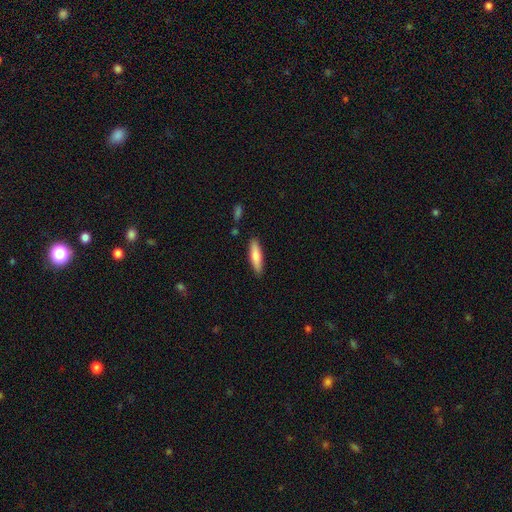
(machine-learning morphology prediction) Smooth or featured: smooth — 77% (featured or disk — 17%)
How rounded: cigar-shaped — 70% (in between — 28%)
Merging: none — 86% (minor disturbance — 10%)